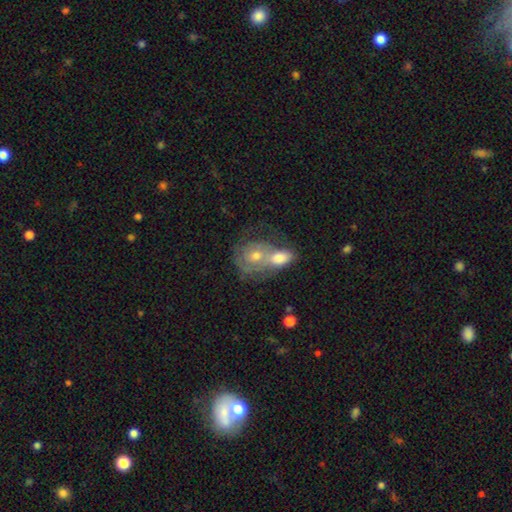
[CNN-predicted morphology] This appears to be a featured or disk galaxy (54%) with no bar (79%), spiral arms (66%) and a moderate central bulge (61%). Merging: merger (64%).